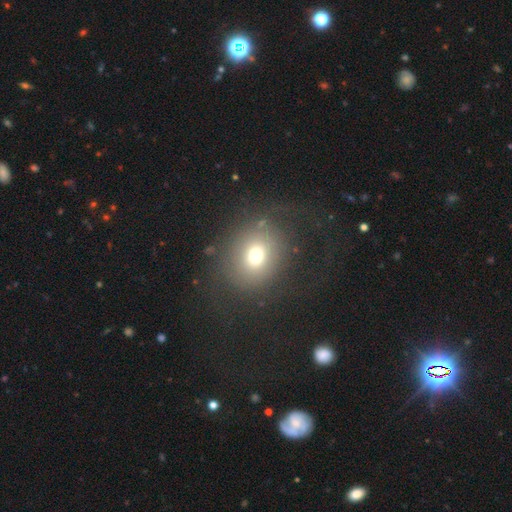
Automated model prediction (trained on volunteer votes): A smooth galaxy with no disk features (68%) that is round (71%). Merging: none (69%).